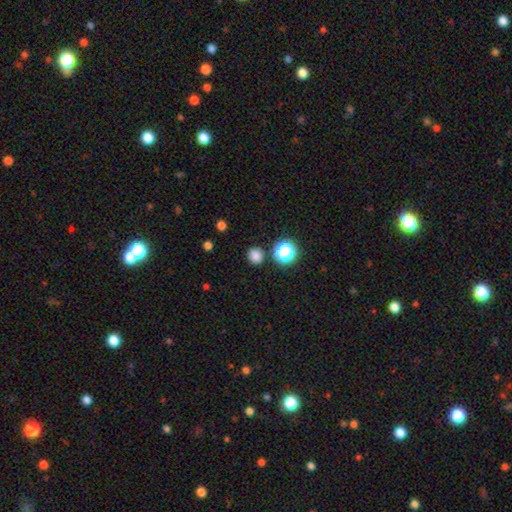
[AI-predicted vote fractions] Smooth or featured? Predicted: smooth (p=0.80). How rounded? Predicted: round (p=0.89). Merging? Predicted: none (p=0.87).